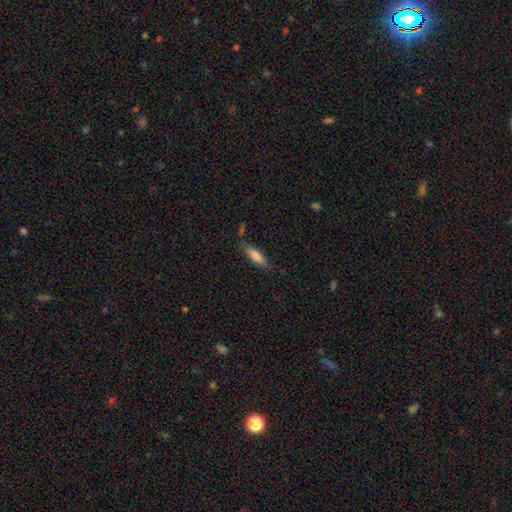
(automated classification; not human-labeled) Overall: smooth (77%). How rounded: cigar-shaped (54%; in between 44%). Merging: none (71%).